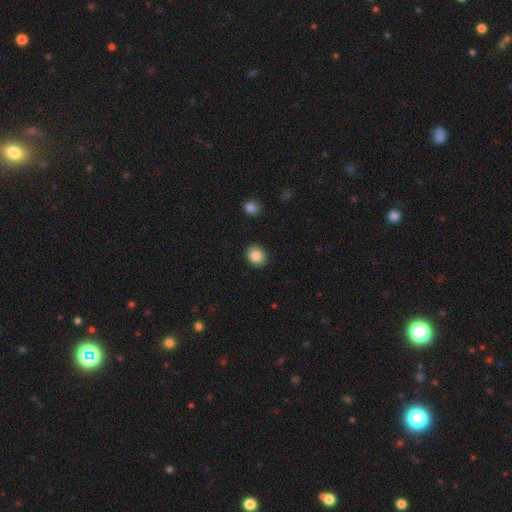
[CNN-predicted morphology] smooth 85%, star or artifact 8%, featured or disk 6%. Down the decision tree: how rounded — round (60%); merging — none (90%).